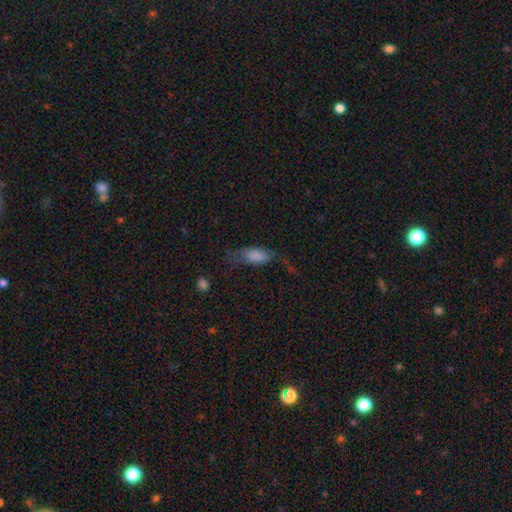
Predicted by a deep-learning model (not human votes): The model was most divided on "merging": none: 41%, minor disturbance: 29%, major disturbance: 27%, merger: 3%. More confident: how rounded — in between (81%); smooth or featured — smooth (75%).